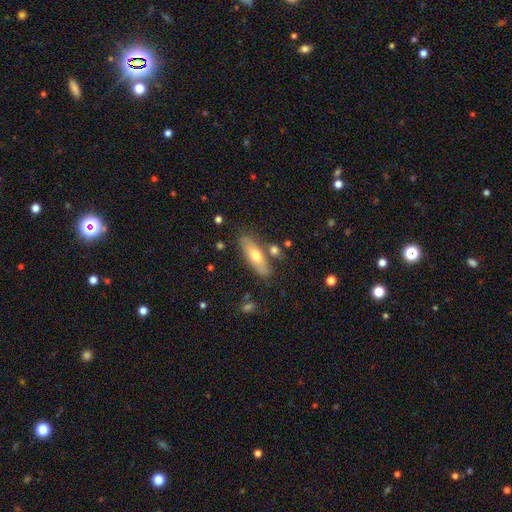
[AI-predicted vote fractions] smooth_or_featured: smooth (p=0.57) [alt: featured or disk p=0.36]
how_rounded: in between (p=0.52) [alt: cigar-shaped p=0.45]
merging: none (p=0.79) [alt: minor disturbance p=0.13]